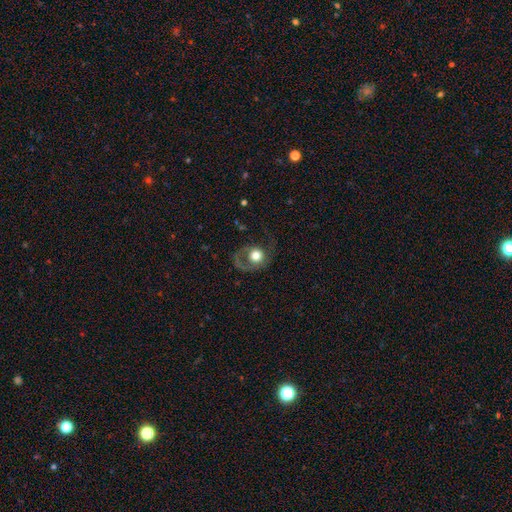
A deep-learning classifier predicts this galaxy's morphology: Overall: smooth (49%; featured or disk 43%). Merging: none (45%; major disturbance 34%).